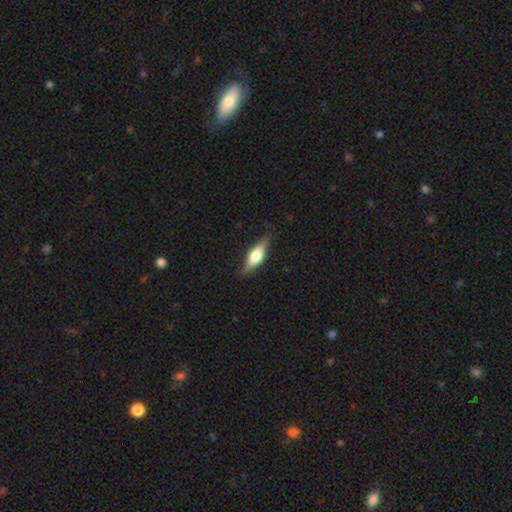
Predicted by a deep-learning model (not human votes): Q: Smooth or featured?
A: smooth (53%); runner-up: featured or disk (41%)
Q: How rounded?
A: in between (61%); runner-up: cigar-shaped (35%)
Q: Merging?
A: none (81%); runner-up: minor disturbance (15%)